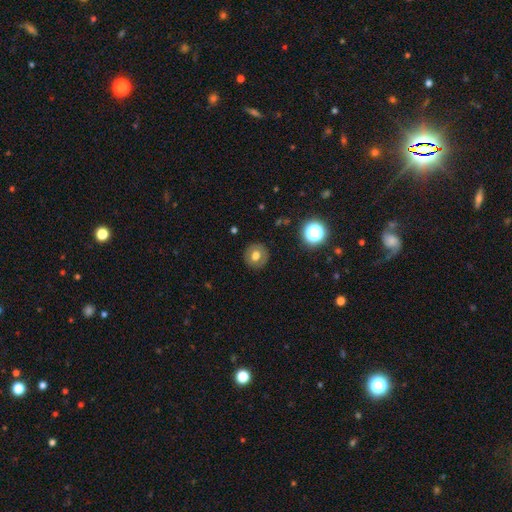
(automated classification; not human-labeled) Morphology: type=smooth (69%); roundness=round (92%); merging=none (89%).